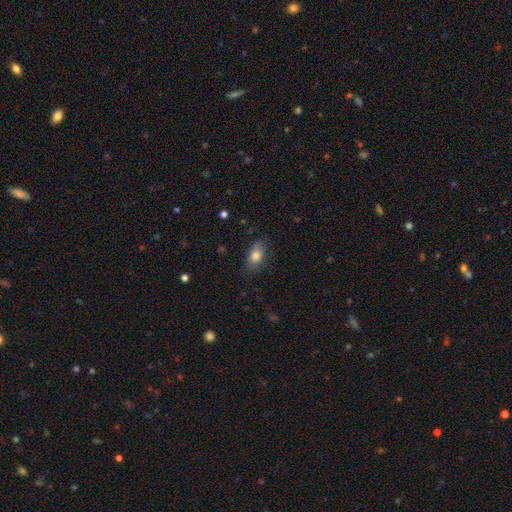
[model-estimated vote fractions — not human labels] This is likely a smooth galaxy (80%). How rounded: clearly in between (83%). Merging: likely none (71%).